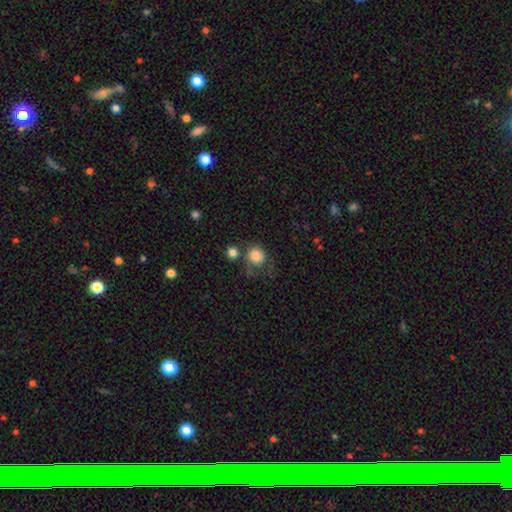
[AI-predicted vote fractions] Smooth or featured? smooth (81%)
How rounded? round (84%)
Merging? none (48%)